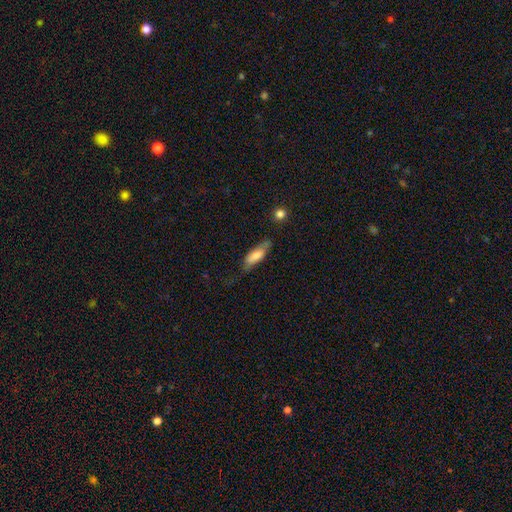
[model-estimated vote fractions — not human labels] The model was most divided on "how rounded": in between: 60%, cigar-shaped: 38%, round: 2%. More confident: smooth or featured — smooth (71%); merging — none (54%).